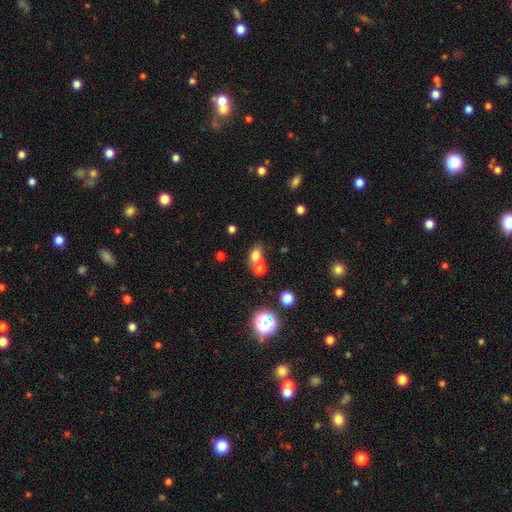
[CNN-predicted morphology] type=smooth (74%); roundness=in between (58%); merging=none (44%).